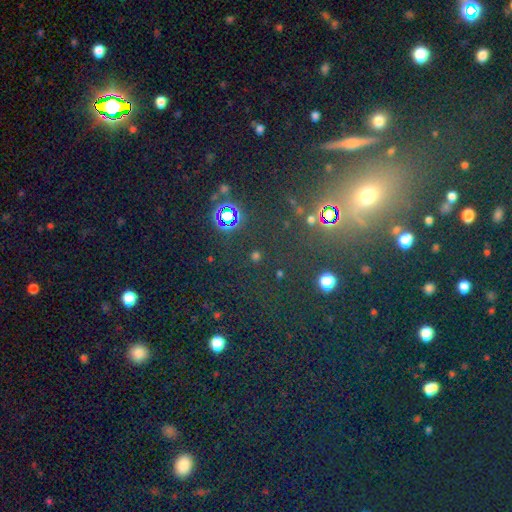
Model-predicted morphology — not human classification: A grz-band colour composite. It shows a star or artifact, not a galaxy (61%).